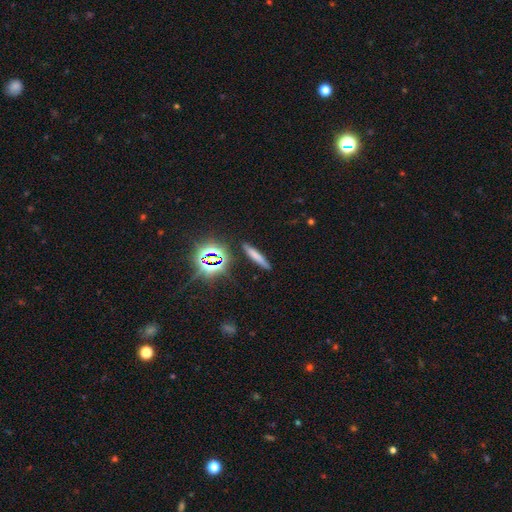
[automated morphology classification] Smooth or featured? smooth (65%)
How rounded? cigar-shaped (89%)
Merging? none (86%)